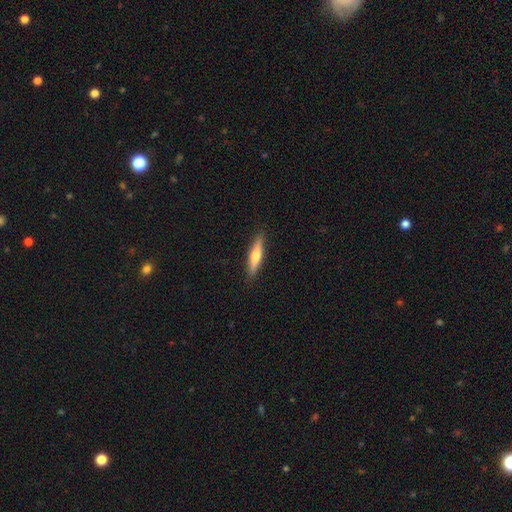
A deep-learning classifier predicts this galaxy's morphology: smooth-or-featured: smooth: 51% | featured or disk: 44% | star or artifact: 6%
  how-rounded: cigar-shaped: 82% | in between: 16% | round: 2%
  merging: none: 90% | minor disturbance: 7% | major disturbance: 2% | merger: 1%